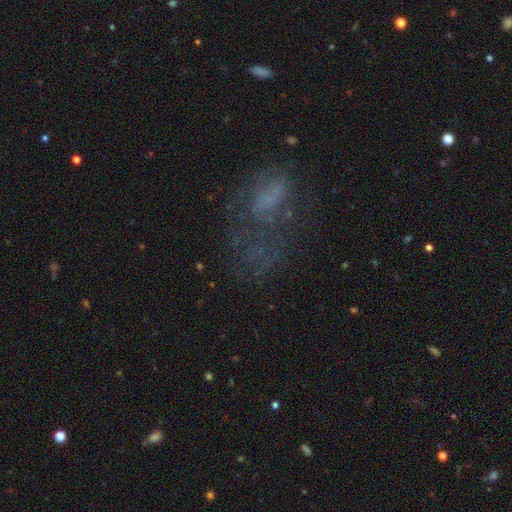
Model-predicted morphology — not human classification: featured or disk 39%, smooth 34%, star or artifact 27%. Down the decision tree: merging — major disturbance (42%).